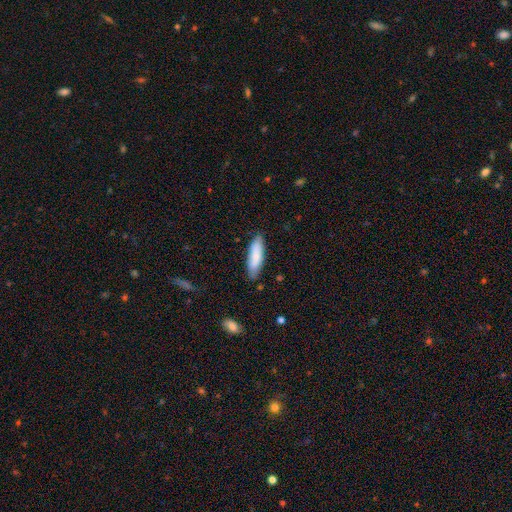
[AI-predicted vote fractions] smooth_or_featured: smooth (p=0.81) [alt: featured or disk p=0.13]
how_rounded: cigar-shaped (p=0.54) [alt: in between p=0.45]
merging: none (p=0.83) [alt: minor disturbance p=0.14]